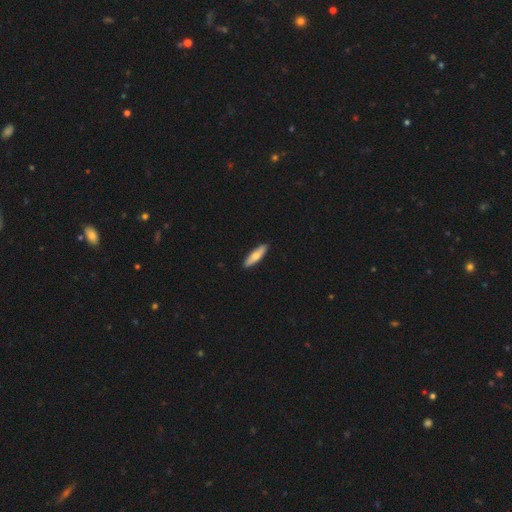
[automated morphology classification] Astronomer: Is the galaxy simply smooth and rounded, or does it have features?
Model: smooth — 65%.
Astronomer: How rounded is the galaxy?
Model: cigar-shaped — 69%.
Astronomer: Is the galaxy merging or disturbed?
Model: none — 91%.